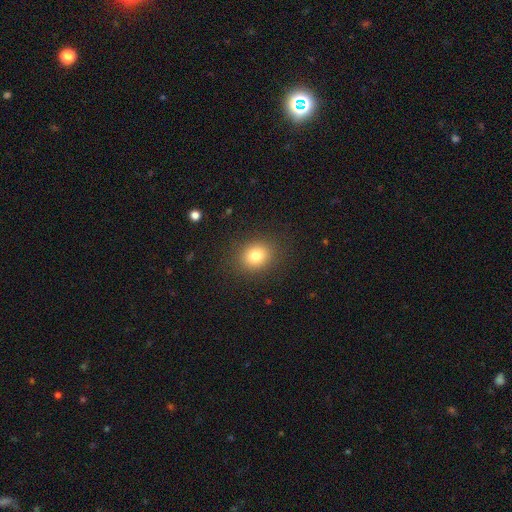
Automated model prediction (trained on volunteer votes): Morphology: type=smooth (80%); roundness=round (65%); merging=none (87%).